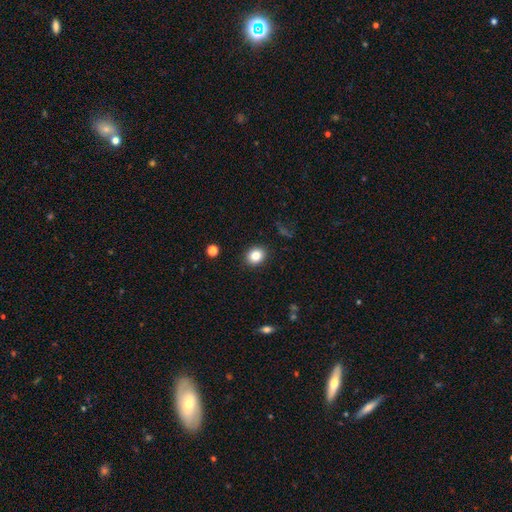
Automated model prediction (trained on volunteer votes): smooth 84%, star or artifact 10%, featured or disk 6%. Down the decision tree: how rounded — round (66%); merging — none (89%).